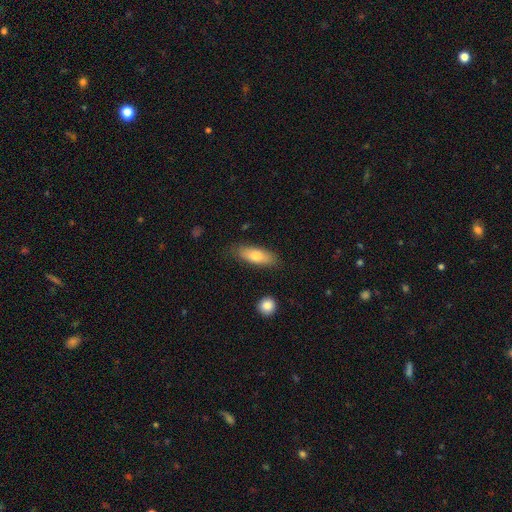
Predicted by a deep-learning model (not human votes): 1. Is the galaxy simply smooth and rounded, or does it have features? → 75% smooth, 18% featured or disk, 6% star or artifact.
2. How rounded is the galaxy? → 66% in between, 32% cigar-shaped, 3% round.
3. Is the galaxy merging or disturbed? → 81% none, 14% minor disturbance, 3% major disturbance, 2% merger.